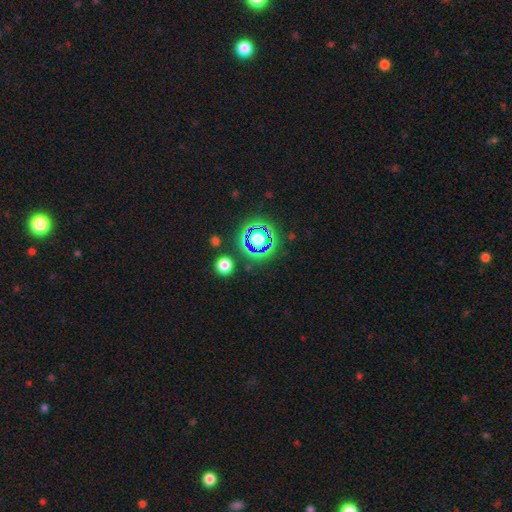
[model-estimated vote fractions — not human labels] Smooth or featured: star or artifact — 76% (smooth — 16%)